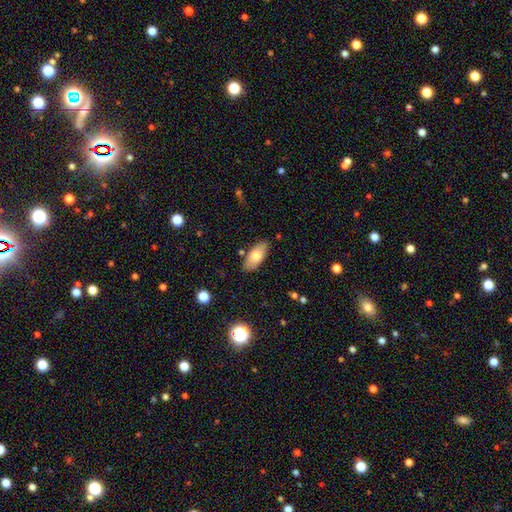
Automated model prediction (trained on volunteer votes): Overall: smooth (72%). How rounded: in between (89%). Merging: none (81%).